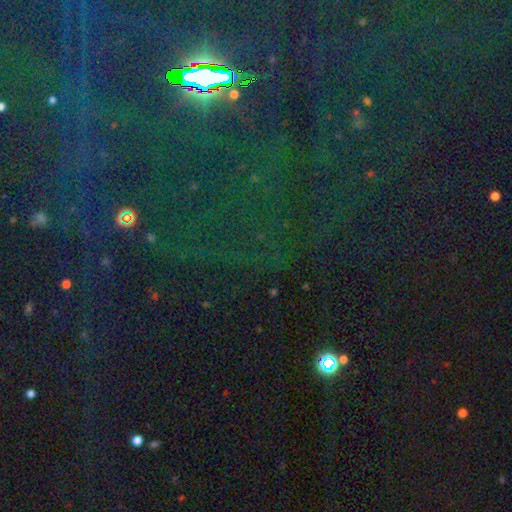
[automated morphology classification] The model was most divided on "smooth or featured": star or artifact: 83%, smooth: 10%, featured or disk: 7%.